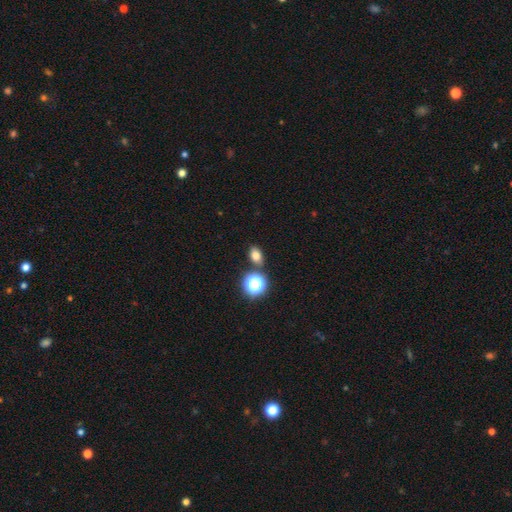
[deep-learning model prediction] Smooth or featured?
  - smooth: 75% *
  - star or artifact: 17%
  - featured or disk: 7%
How rounded?
  - in between: 73% *
  - round: 25%
  - cigar-shaped: 2%
Merging?
  - none: 80% *
  - minor disturbance: 9%
  - merger: 8%
  - major disturbance: 3%